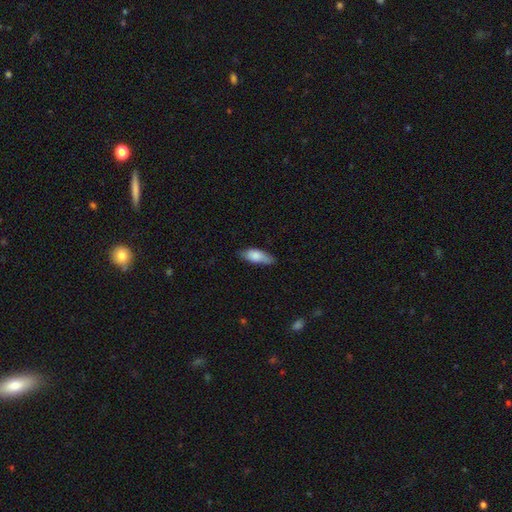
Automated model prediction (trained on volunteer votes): A smooth galaxy with no disk features (78%) that is in between round and cigar-shaped (72%).

Vote fractions:
- Smooth or featured? smooth: 78% / featured or disk: 15% / star or artifact: 6%
- How rounded? in between: 72% / cigar-shaped: 26% / round: 2%
- Merging? none: 67% / minor disturbance: 27% / major disturbance: 5% / merger: 2%